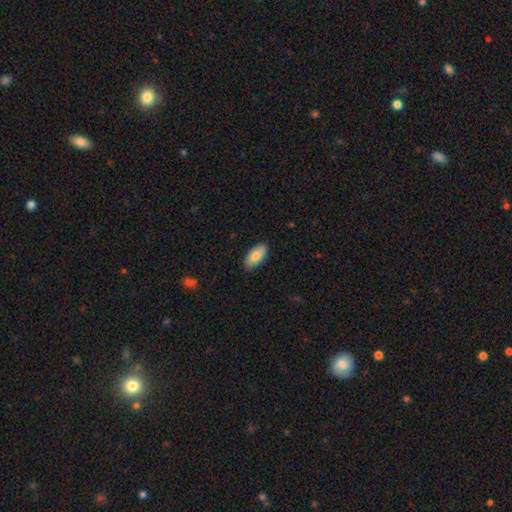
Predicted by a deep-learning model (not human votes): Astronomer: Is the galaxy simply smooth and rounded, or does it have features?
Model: smooth — 81%.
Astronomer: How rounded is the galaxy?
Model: in between — 92%.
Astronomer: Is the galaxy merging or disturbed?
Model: none — 86%.